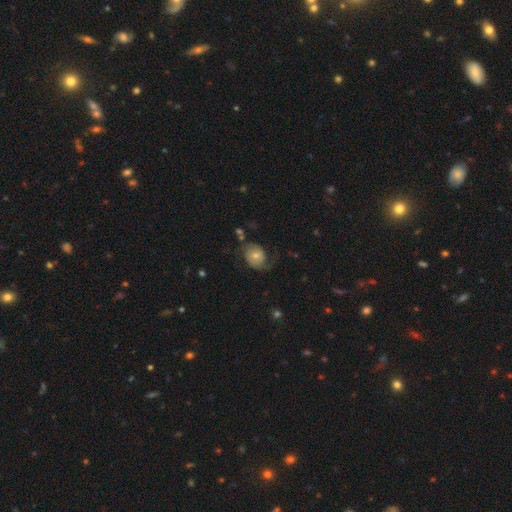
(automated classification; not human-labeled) The model was most divided on "bulge size": small: 46%, moderate: 45%, large: 5%, none: 3%, dominant: 2%. Remaining: edge-on disk — no (97%); spiral arms — yes (87%); spiral arm count — 2 (83%); bar — no (66%); smooth or featured — featured or disk (60%); merging — none (57%); spiral winding — loose (48%).